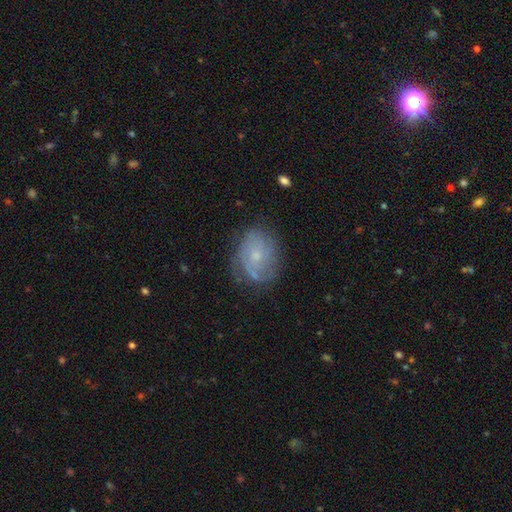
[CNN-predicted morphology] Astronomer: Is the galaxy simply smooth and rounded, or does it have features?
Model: featured or disk — 67%.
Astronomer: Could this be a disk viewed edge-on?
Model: no — 97%.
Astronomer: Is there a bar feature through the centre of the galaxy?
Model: no — 75%.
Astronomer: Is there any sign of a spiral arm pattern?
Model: yes — 86%.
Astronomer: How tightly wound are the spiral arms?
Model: tight — 52% (runner-up: medium, 34%).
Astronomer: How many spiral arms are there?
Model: can't tell — 38% (runner-up: 2, 32%).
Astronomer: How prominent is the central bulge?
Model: small — 61%.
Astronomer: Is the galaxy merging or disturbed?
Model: none — 68%.